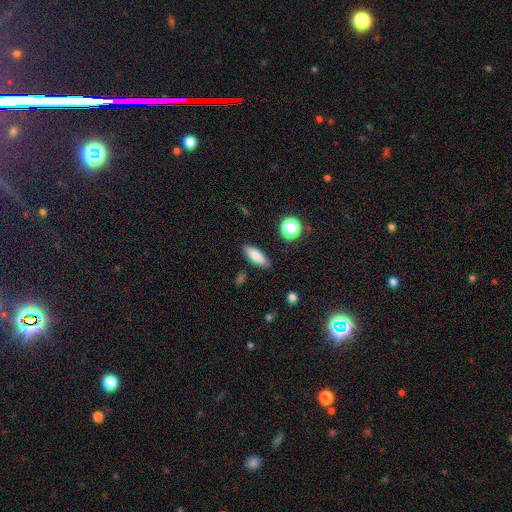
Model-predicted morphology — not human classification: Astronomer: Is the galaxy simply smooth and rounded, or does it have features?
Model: smooth — 82%.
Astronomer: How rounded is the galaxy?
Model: in between — 66%.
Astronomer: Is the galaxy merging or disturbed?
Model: none — 85%.